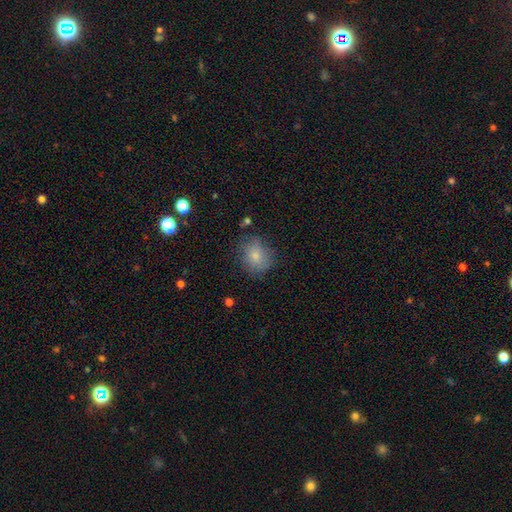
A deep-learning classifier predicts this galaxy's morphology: This appears to be a smooth galaxy with no disk features (79%) that is round (65%). Merging: none (70%).